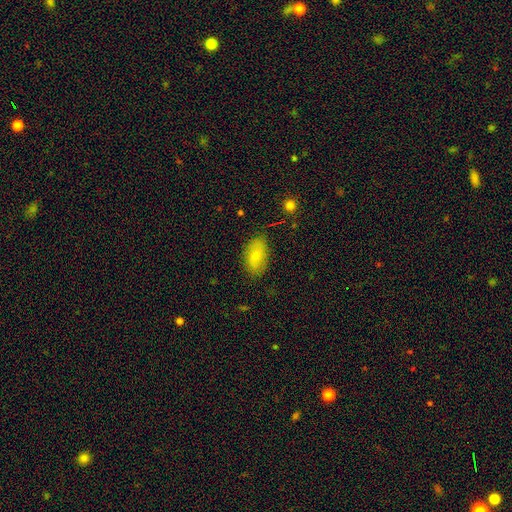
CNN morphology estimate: The model was most divided on "smooth or featured": smooth: 77%, featured or disk: 16%, star or artifact: 7%. More confident: how rounded — in between (93%); merging — none (79%).